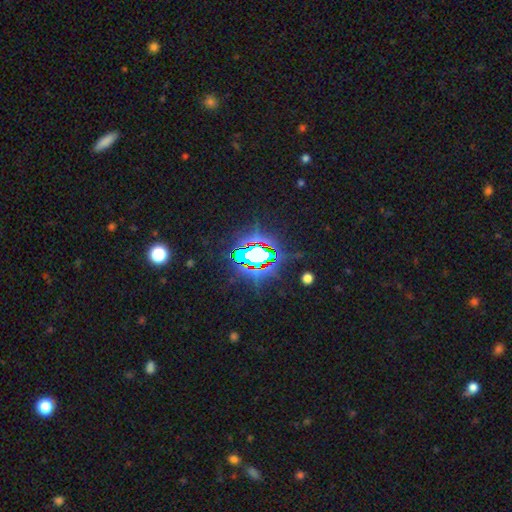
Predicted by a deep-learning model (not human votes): A star or artifact, not a galaxy (76%).